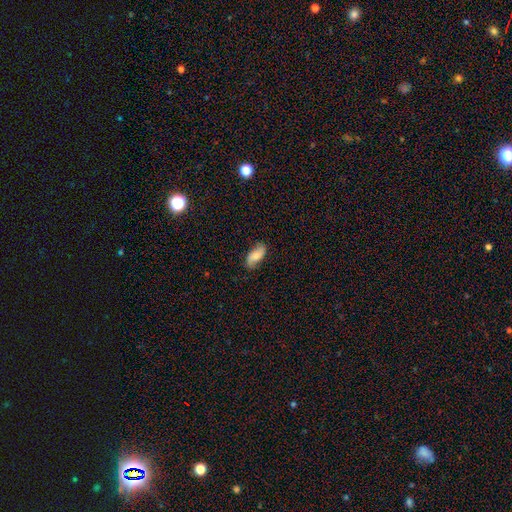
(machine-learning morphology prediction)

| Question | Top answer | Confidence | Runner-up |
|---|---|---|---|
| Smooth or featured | smooth | 60% | featured or disk (32%) |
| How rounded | in between | 87% | cigar-shaped (9%) |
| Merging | none | 79% | minor disturbance (16%) |